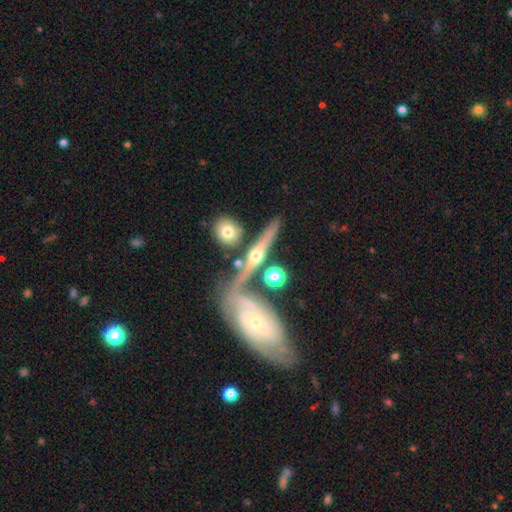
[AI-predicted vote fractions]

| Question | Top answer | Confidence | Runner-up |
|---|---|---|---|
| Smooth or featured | featured or disk | 78% | smooth (15%) |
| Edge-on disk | yes | 88% | no (12%) |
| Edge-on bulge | rounded | 93% | none (4%) |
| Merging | none | 64% | merger (15%) |